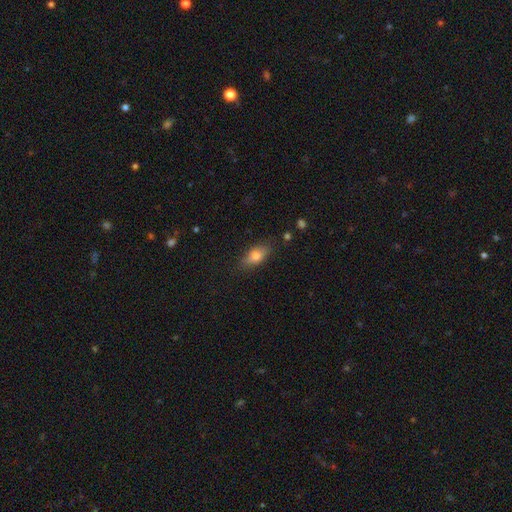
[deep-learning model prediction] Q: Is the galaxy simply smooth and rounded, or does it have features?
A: smooth — 69%.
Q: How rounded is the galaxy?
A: in between — 79%.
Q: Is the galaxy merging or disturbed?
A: none — 81%.